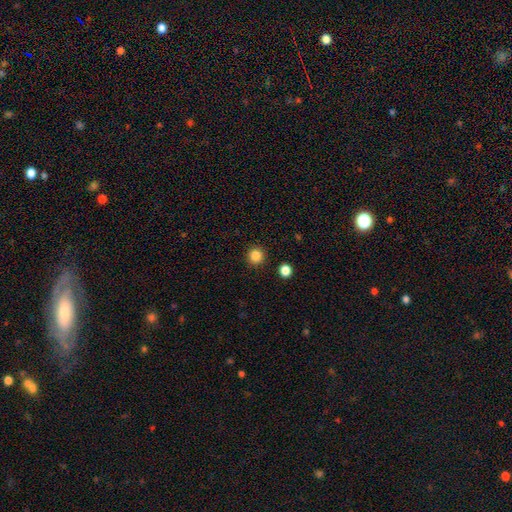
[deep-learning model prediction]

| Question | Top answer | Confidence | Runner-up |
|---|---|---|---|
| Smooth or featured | smooth | 85% | star or artifact (11%) |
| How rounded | round | 94% | in between (6%) |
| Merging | none | 91% | minor disturbance (5%) |